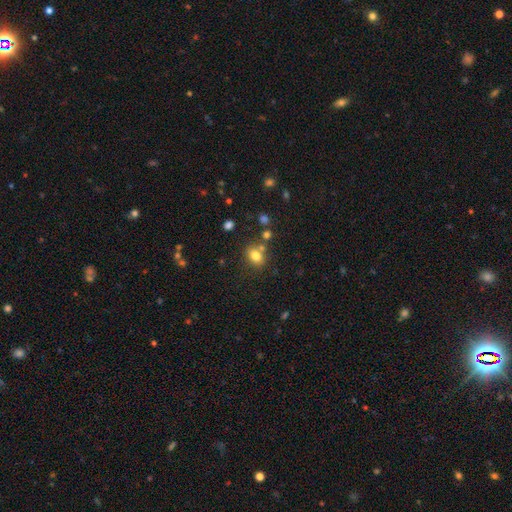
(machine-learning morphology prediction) This is likely a smooth galaxy (78%). How rounded: possibly in between (53%). Merging: likely none (66%).